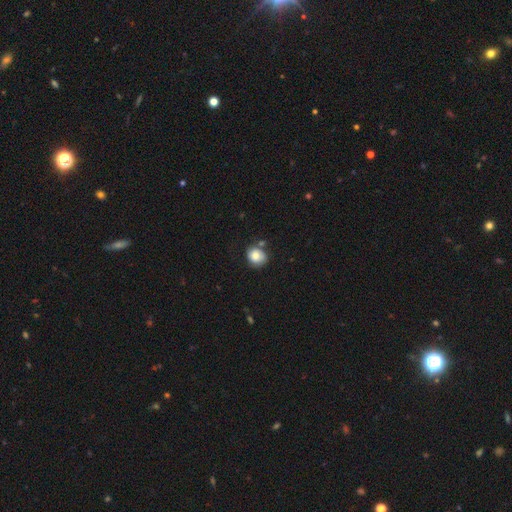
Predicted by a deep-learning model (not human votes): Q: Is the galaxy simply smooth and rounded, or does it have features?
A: smooth — 78%.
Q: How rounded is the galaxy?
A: round — 77%.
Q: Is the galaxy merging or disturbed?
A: none — 67%.